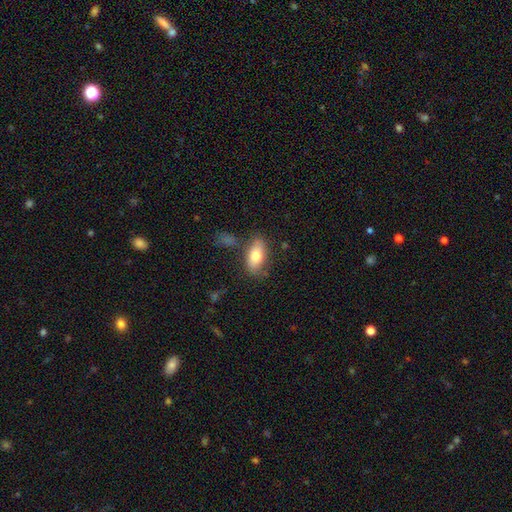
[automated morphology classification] Smooth or featured? smooth (76%)
How rounded? in between (89%)
Merging? none (75%)